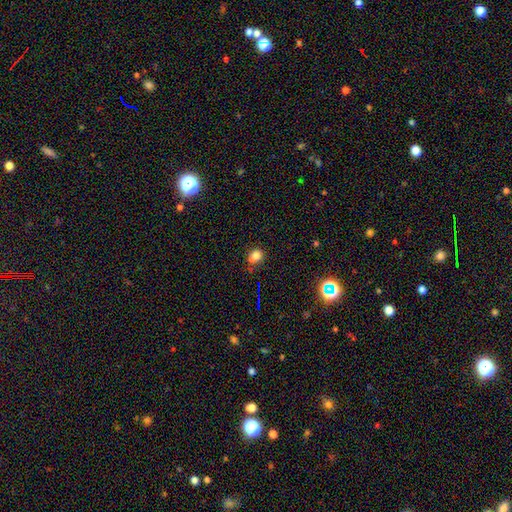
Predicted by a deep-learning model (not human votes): Smooth or featured? smooth (78%)
How rounded? round (65%)
Merging? none (63%)